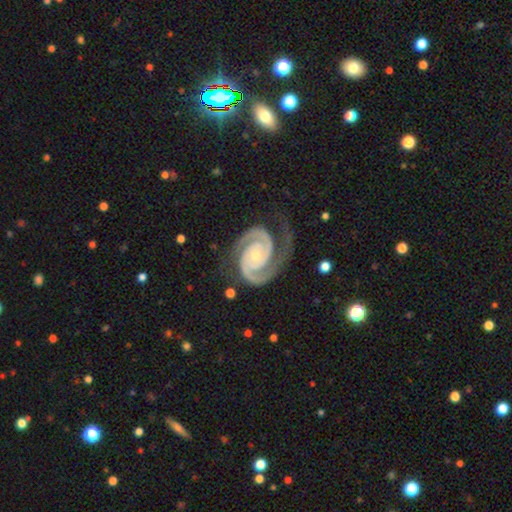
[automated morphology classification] smooth-or-featured: featured or disk: 94% | star or artifact: 4% | smooth: 2%
  disk-edge-on: no: 98% | yes: 2%
    bar: no: 68% | weak: 21% | strong: 11%
    has-spiral-arms: yes: 99% | no: 1%
      spiral-winding: tight: 69% | medium: 28% | loose: 3%
      spiral-arm-count: 2: 93% | 3: 2% | can't tell: 2% | 1: 1% | 4: 1% | more than 4: 1%
    bulge-size: small: 62% | moderate: 35% | none: 2% | large: 1% | dominant: 1%
  merging: none: 73% | minor disturbance: 17% | major disturbance: 8% | merger: 2%